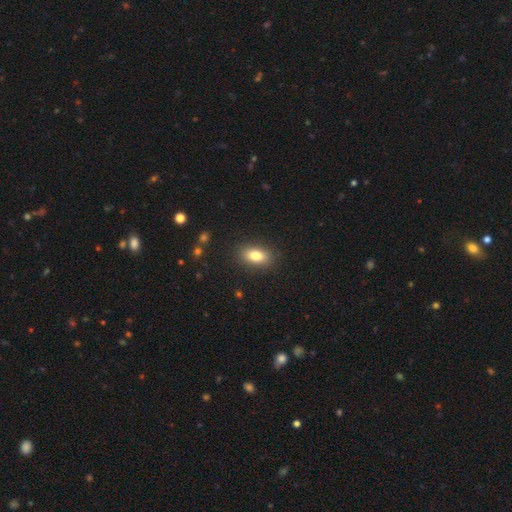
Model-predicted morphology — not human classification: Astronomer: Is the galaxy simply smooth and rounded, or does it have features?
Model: smooth — 81%.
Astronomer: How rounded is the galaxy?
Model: in between — 86%.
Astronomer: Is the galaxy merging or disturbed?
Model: none — 87%.